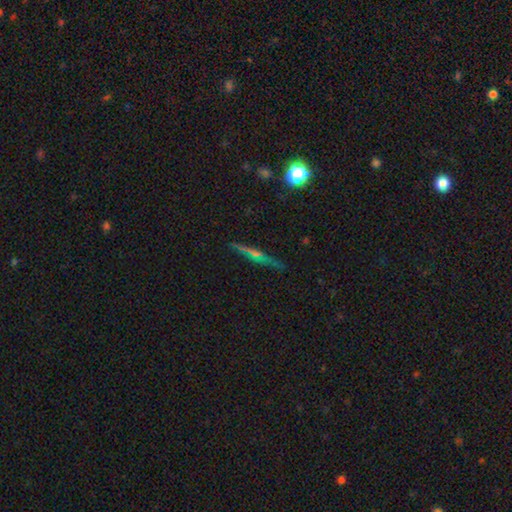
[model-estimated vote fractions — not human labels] Morphology: type=featured or disk (70%); edge-on=yes (94%); edge-on bulge=rounded (88%); merging=none (89%).